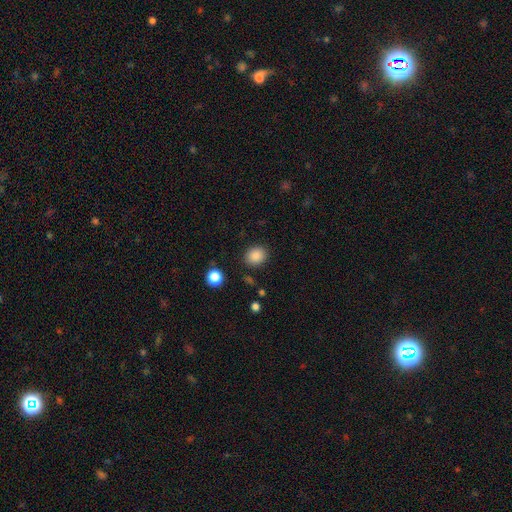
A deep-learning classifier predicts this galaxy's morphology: The model was most divided on "how rounded": round: 66%, in between: 33%, cigar-shaped: 1%. More confident: smooth or featured — smooth (87%); merging — none (86%).